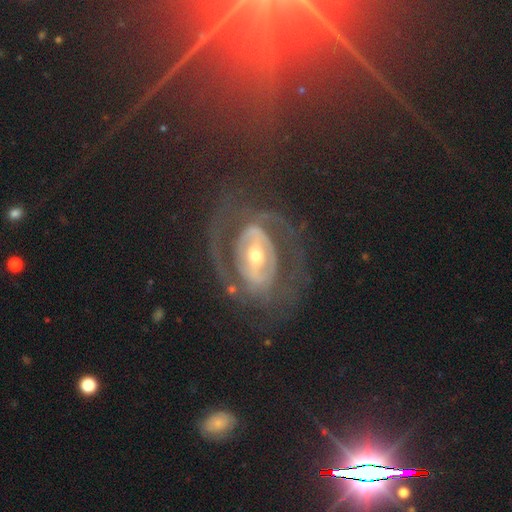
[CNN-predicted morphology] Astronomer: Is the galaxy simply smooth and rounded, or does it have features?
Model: featured or disk — 82%.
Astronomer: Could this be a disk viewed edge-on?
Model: no — 95%.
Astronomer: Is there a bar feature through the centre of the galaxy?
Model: strong — 40% (runner-up: weak, 35%).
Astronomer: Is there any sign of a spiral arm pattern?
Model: yes — 69%.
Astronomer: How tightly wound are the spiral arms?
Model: tight — 44% (runner-up: medium, 37%).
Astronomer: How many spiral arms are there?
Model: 2 — 53%.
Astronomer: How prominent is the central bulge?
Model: moderate — 56% (runner-up: small, 37%).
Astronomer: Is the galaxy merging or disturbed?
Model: none — 60%.